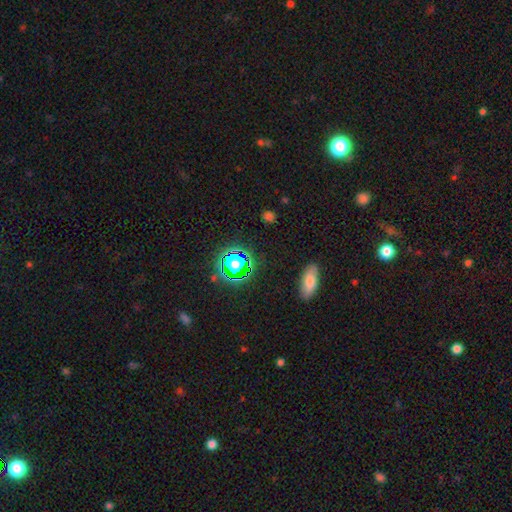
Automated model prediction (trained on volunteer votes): A star or artifact, not a galaxy (51%).

Vote fractions:
- Smooth or featured? star or artifact: 51% / smooth: 34% / featured or disk: 15%